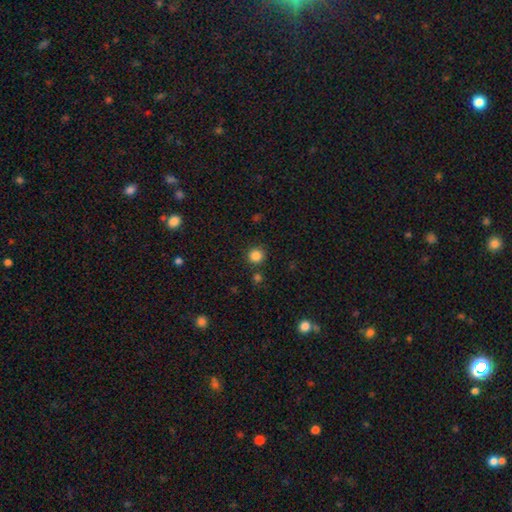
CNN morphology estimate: smooth 84%, star or artifact 12%, featured or disk 4%. Down the decision tree: how rounded — round (94%); merging — none (87%).